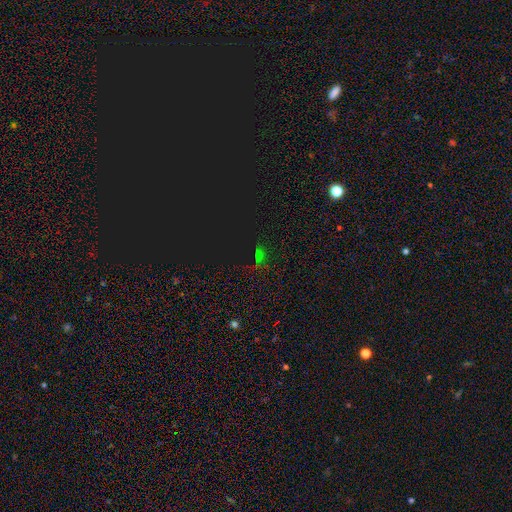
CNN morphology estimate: smooth_or_featured: star or artifact (p=0.66) [alt: smooth p=0.25]